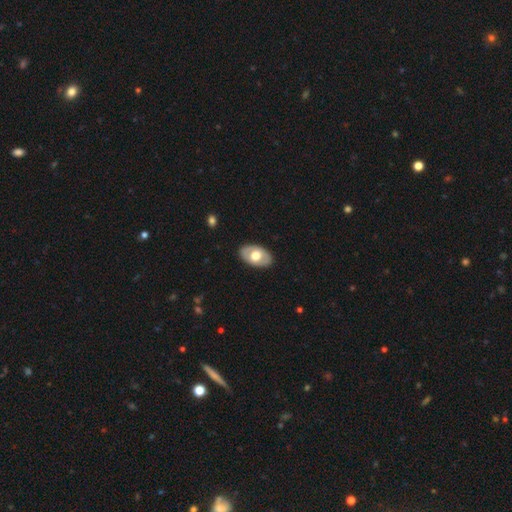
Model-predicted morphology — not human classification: This appears to be a smooth galaxy with no disk features (51%) that is in between round and cigar-shaped (90%). Merging: none (85%).